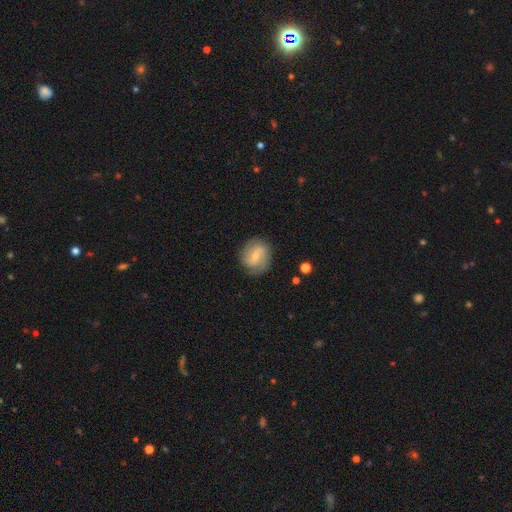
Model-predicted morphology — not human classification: Smooth or featured? featured or disk (64%)
Edge-on disk? no (97%)
Bar? weak (52%)
Spiral arms? yes (88%)
Spiral winding? medium (43%)
Spiral arm count? 2 (73%)
Bulge size? small (60%)
Merging? none (79%)